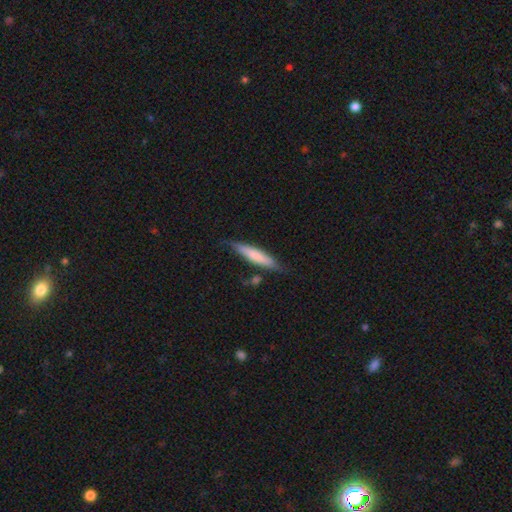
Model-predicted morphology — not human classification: A smooth galaxy with no disk features (69%) that is cigar-shaped (88%). Merging: none (75%).